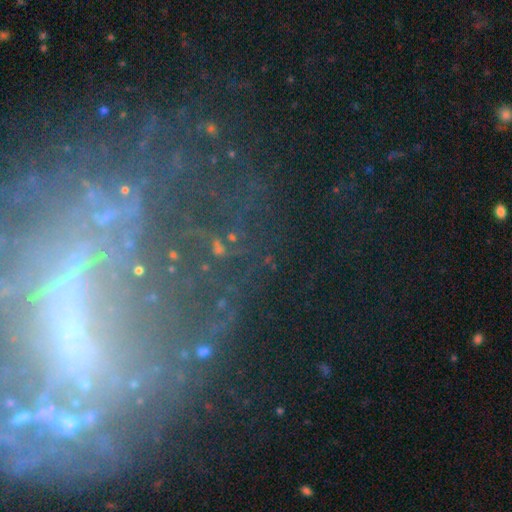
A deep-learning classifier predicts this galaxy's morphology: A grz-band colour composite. It shows a featured or disk galaxy (61%) with no bar (42%), no spiral arms (57%) and a small central bulge (49%). Merging: none (54%).